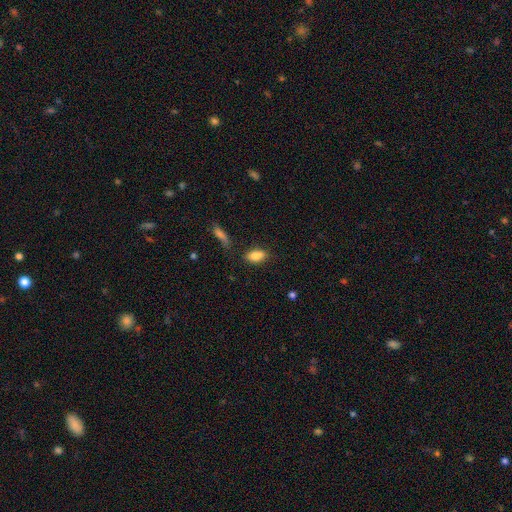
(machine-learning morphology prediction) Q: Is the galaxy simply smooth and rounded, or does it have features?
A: smooth — 85%.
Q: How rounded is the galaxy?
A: in between — 88%.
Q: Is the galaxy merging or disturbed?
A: none — 77%.